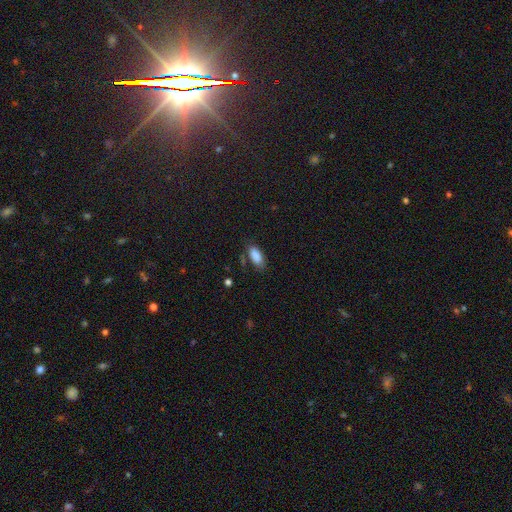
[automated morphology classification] A smooth galaxy with no disk features (87%) that is in between round and cigar-shaped (86%). Merging: none (74%).